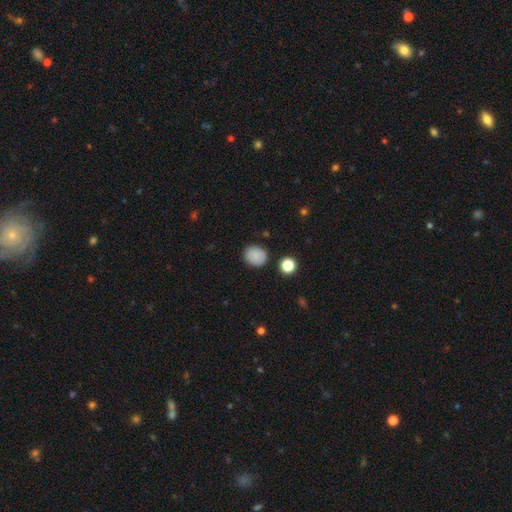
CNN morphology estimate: A smooth galaxy with no disk features (86%) that is round (75%). Merging: none (87%).